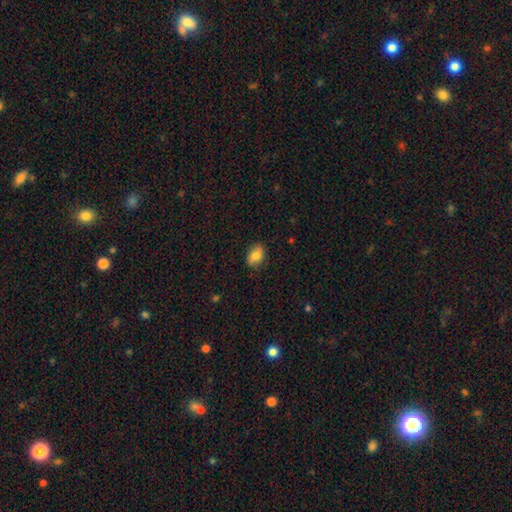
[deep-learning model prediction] Q: Smooth or featured?
A: smooth (77%); runner-up: featured or disk (15%)
Q: How rounded?
A: in between (82%); runner-up: round (16%)
Q: Merging?
A: none (83%); runner-up: minor disturbance (14%)